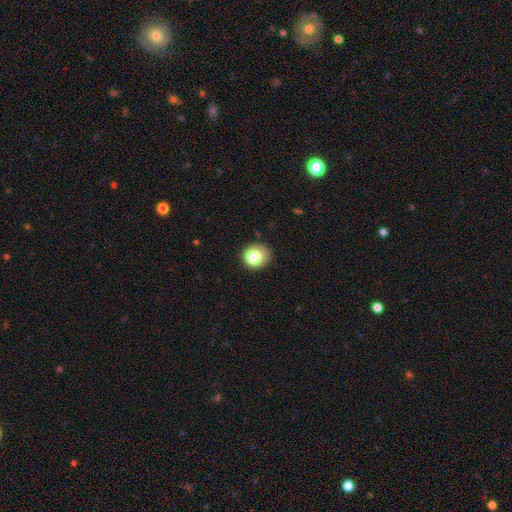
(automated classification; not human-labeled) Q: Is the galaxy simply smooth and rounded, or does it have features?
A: smooth — 78%.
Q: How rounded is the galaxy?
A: round — 80%.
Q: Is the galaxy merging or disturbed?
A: none — 79%.